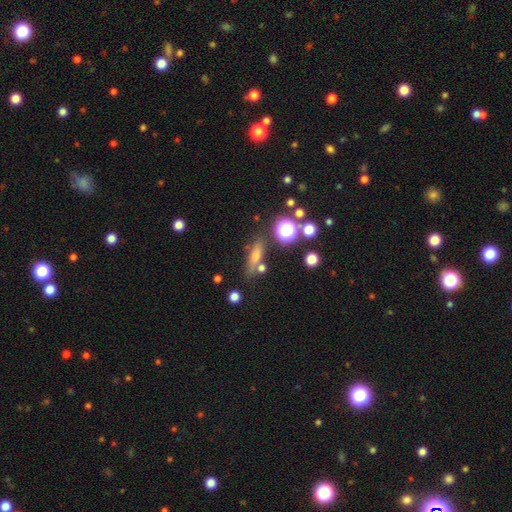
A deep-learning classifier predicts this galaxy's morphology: smooth_or_featured: smooth (p=0.55) [alt: star or artifact p=0.23]
how_rounded: cigar-shaped (p=0.48) [alt: in between p=0.38]
merging: none (p=0.68) [alt: minor disturbance p=0.16]